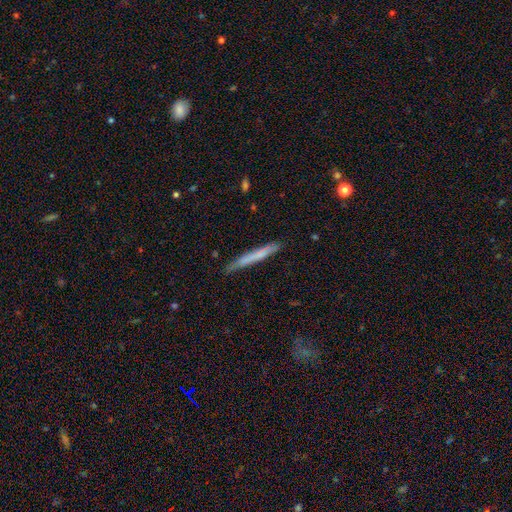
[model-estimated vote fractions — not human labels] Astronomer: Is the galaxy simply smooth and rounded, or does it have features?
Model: smooth — 63%.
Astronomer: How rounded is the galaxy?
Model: cigar-shaped — 96%.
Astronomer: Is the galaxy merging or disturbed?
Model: none — 85%.